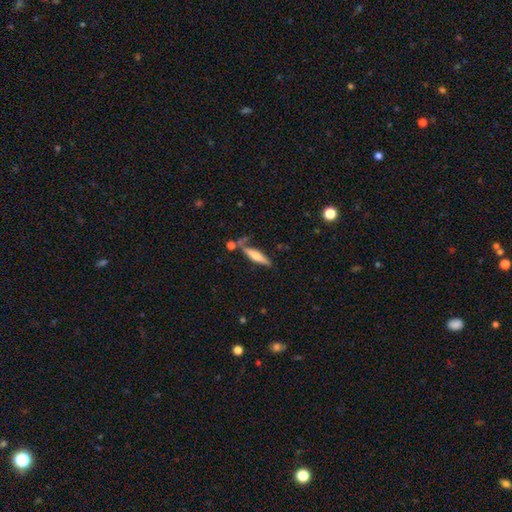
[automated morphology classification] smooth-or-featured: featured or disk: 48% | smooth: 45% | star or artifact: 7%
  merging: none: 67% | minor disturbance: 15% | merger: 13% | major disturbance: 5%